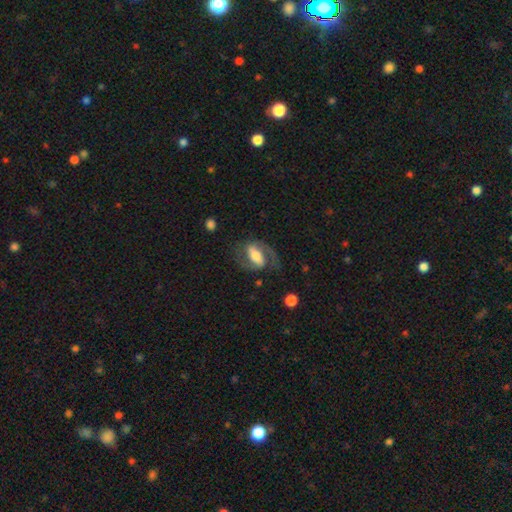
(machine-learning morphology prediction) type=featured or disk (75%); edge-on=no (95%); bar=strong (51%); spiral arms=yes (91%); winding=medium (53%); arm count=2 (86%); bulge=moderate (45%); merging=none (65%).